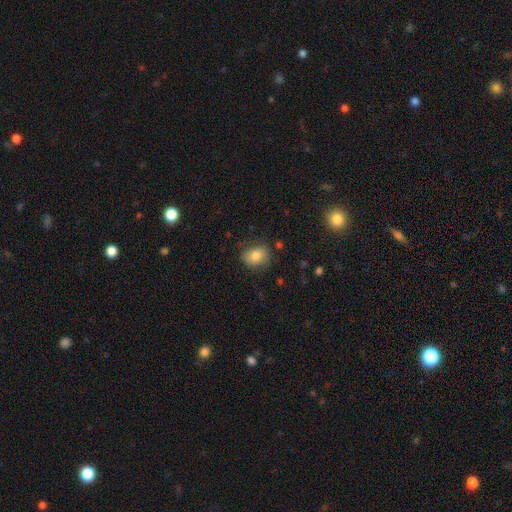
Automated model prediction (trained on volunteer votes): Smooth or featured? smooth (78%)
How rounded? in between (53%)
Merging? none (76%)